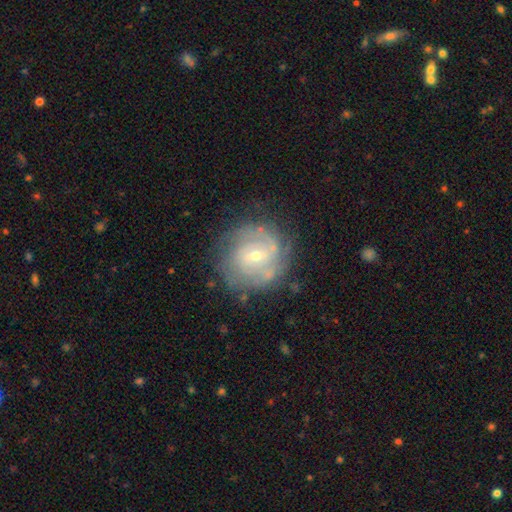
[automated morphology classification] A featured or disk galaxy (78%) with a weak bar (50%), tight (61%) spiral arms (88%) and a small central bulge (62%). Merging: none (75%).